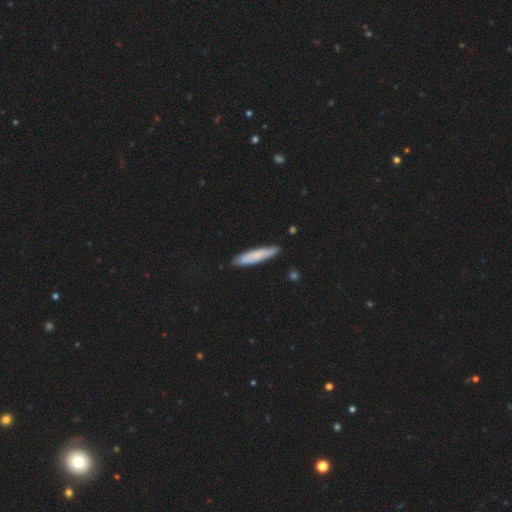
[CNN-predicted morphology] smooth_or_featured: smooth (p=0.70) [alt: featured or disk p=0.25]
how_rounded: cigar-shaped (p=0.86) [alt: in between p=0.13]
merging: none (p=0.86) [alt: minor disturbance p=0.10]